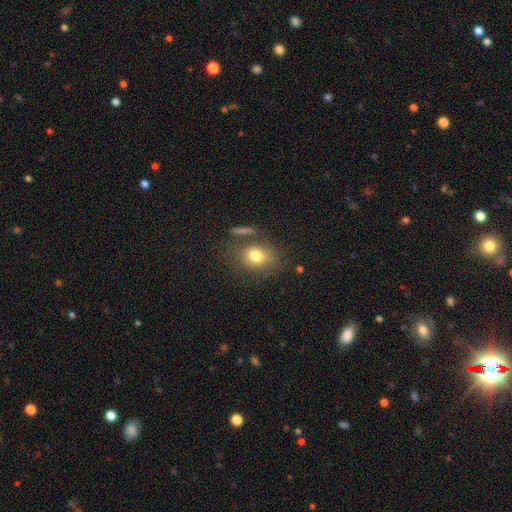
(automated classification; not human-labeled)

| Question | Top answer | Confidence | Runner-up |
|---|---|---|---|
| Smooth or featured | smooth | 78% | featured or disk (11%) |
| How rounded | in between | 50% | round (49%) |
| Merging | none | 70% | minor disturbance (15%) |